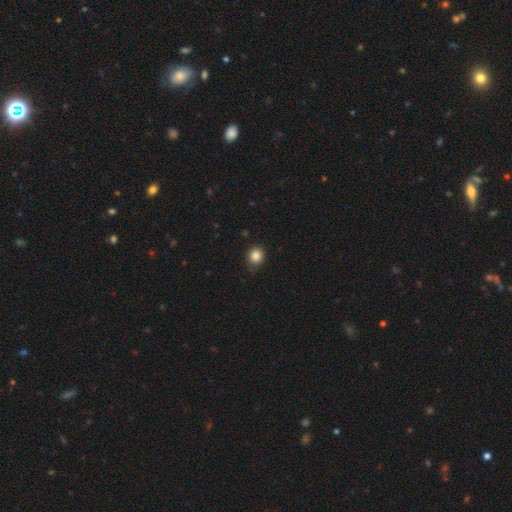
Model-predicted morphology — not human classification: A smooth galaxy with no disk features (86%) that is round (77%).

Vote fractions:
- Smooth or featured? smooth: 86% / star or artifact: 10% / featured or disk: 4%
- How rounded? round: 77% / in between: 22% / cigar-shaped: 1%
- Merging? none: 81% / minor disturbance: 15% / major disturbance: 3% / merger: 1%